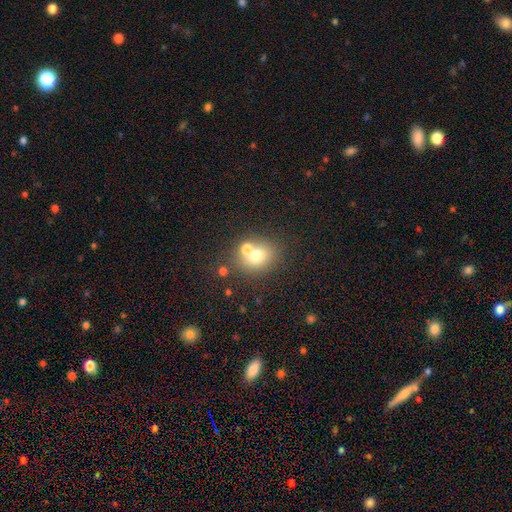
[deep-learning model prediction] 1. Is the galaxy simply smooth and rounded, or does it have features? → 69% smooth, 17% featured or disk, 14% star or artifact.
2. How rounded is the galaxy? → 66% round, 33% in between, 1% cigar-shaped.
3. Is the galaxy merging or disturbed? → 50% none, 37% merger, 9% minor disturbance, 4% major disturbance.